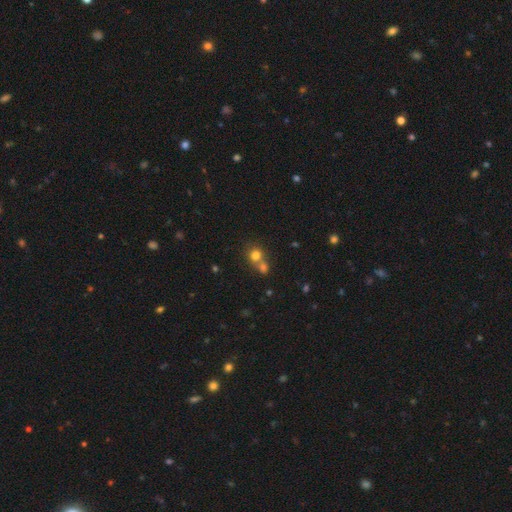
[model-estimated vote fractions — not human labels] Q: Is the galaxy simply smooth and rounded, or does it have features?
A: smooth — 76%.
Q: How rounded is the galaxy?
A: round — 84%.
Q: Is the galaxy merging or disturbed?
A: merger — 48%.